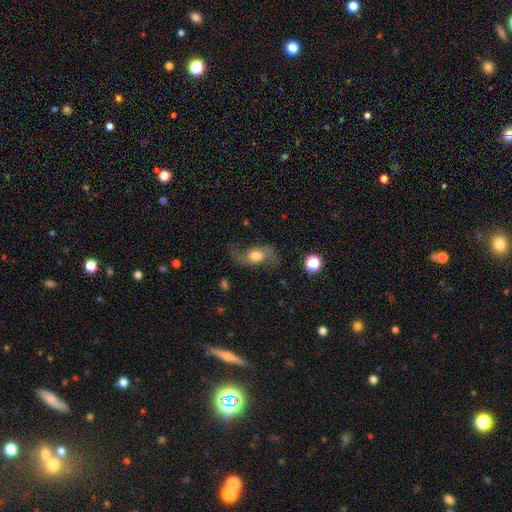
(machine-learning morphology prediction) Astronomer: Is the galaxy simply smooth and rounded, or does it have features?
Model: featured or disk — 72%.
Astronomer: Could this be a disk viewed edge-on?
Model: no — 94%.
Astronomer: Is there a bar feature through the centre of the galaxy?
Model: no — 62%.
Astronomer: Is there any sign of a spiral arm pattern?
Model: yes — 91%.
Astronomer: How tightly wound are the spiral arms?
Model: loose — 79%.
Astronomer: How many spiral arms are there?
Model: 2 — 93%.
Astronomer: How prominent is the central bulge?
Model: moderate — 55% (runner-up: large, 33%).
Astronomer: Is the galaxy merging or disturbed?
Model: none — 67%.